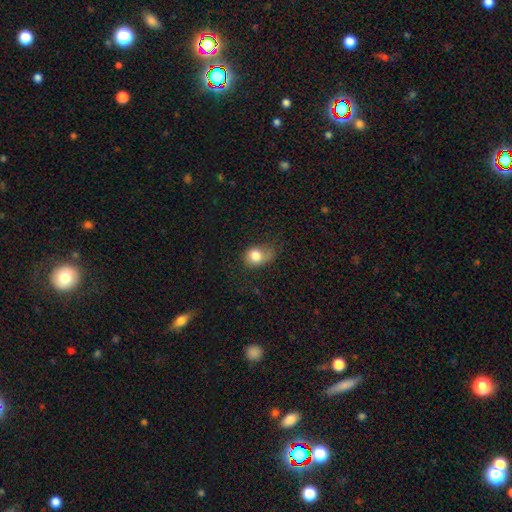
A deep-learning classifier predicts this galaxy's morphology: The model was most divided on "merging": none: 40%, minor disturbance: 36%, major disturbance: 21%, merger: 3%. More confident: smooth or featured — smooth (80%); how rounded — round (52%).